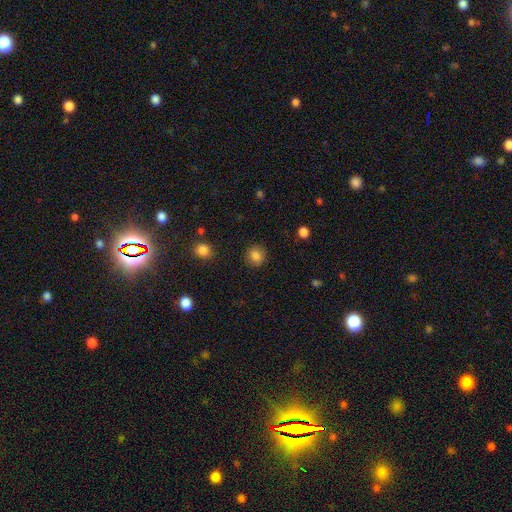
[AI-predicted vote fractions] Q: Smooth or featured?
A: smooth (84%); runner-up: star or artifact (10%)
Q: How rounded?
A: round (85%); runner-up: in between (15%)
Q: Merging?
A: none (89%); runner-up: minor disturbance (7%)